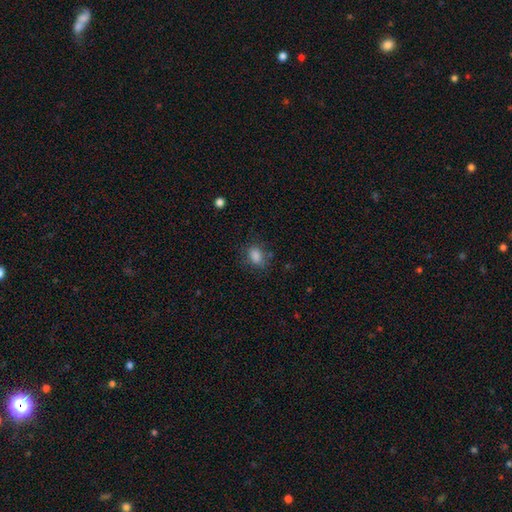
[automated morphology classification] Smooth or featured? Predicted: smooth (p=0.84). How rounded? Predicted: in between (p=0.73). Merging? Predicted: none (p=0.72).